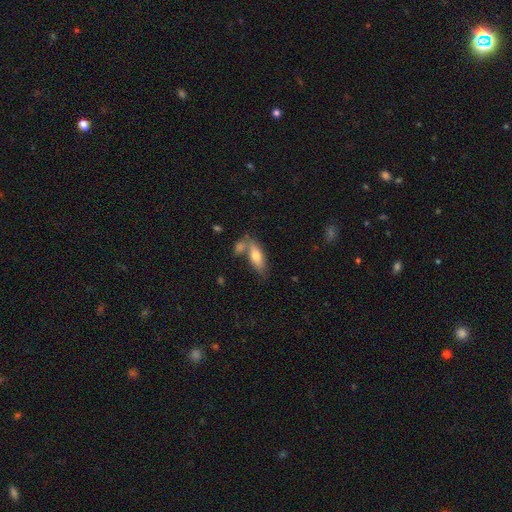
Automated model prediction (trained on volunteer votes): A smooth galaxy with no disk features (72%) that is in between round and cigar-shaped (69%). Merging: none (52%).